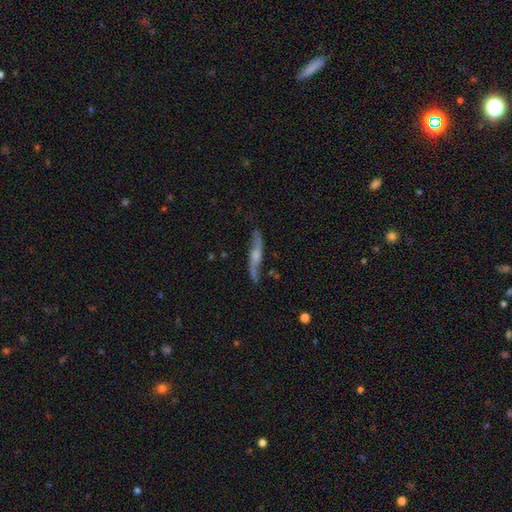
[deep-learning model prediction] This is likely a featured or disk galaxy (74%). It is likely viewed edge-on (60%). Merging: likely none (78%).